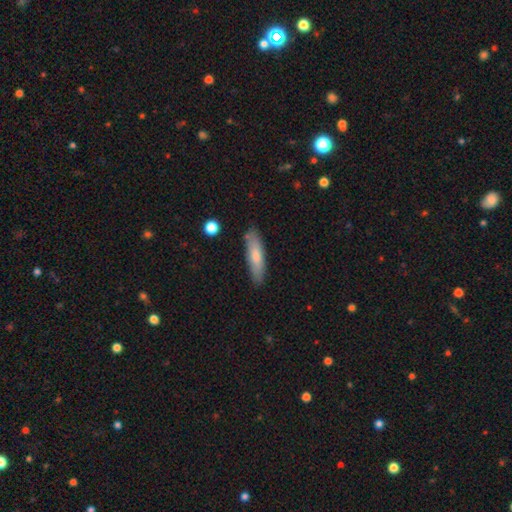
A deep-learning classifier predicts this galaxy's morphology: This is likely a smooth galaxy (73%). How rounded: likely cigar-shaped (71%). Merging: clearly none (84%).